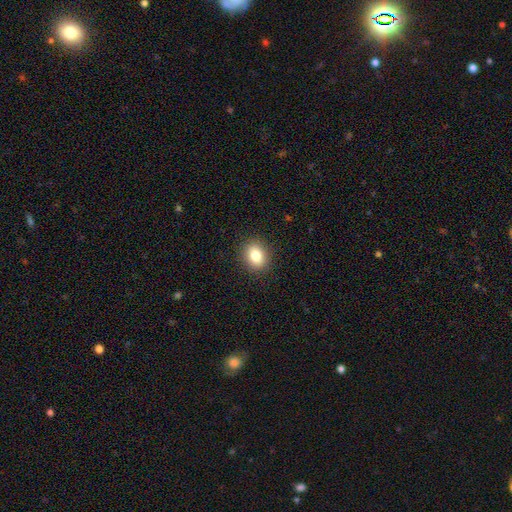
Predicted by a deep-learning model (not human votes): Morphology: type=smooth (83%); roundness=in between (55%); merging=none (90%).